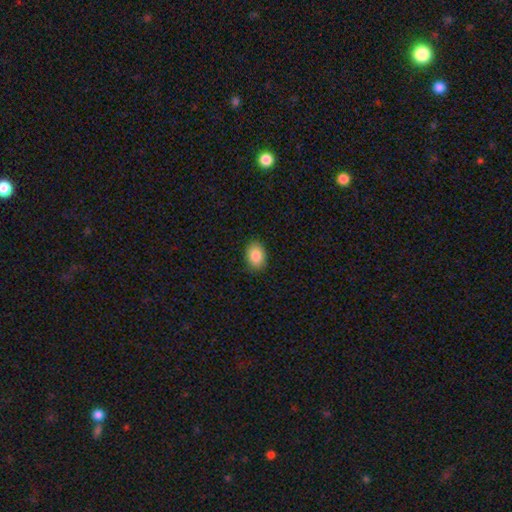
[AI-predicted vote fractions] Smooth or featured?
  - smooth: 86% *
  - star or artifact: 8%
  - featured or disk: 6%
How rounded?
  - in between: 77% *
  - round: 22%
  - cigar-shaped: 1%
Merging?
  - none: 89% *
  - minor disturbance: 8%
  - major disturbance: 2%
  - merger: 1%